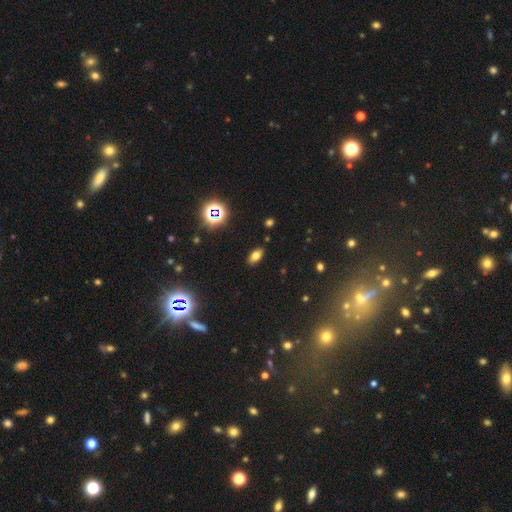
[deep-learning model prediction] smooth-or-featured: smooth: 69% | star or artifact: 18% | featured or disk: 12%
  how-rounded: in between: 87% | round: 7% | cigar-shaped: 6%
  merging: none: 88% | minor disturbance: 9% | major disturbance: 2% | merger: 1%